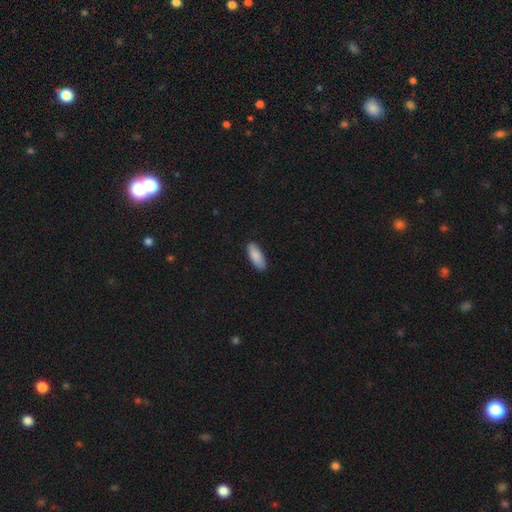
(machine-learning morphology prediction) Overall: smooth (89%). How rounded: in between (77%). Merging: none (88%).